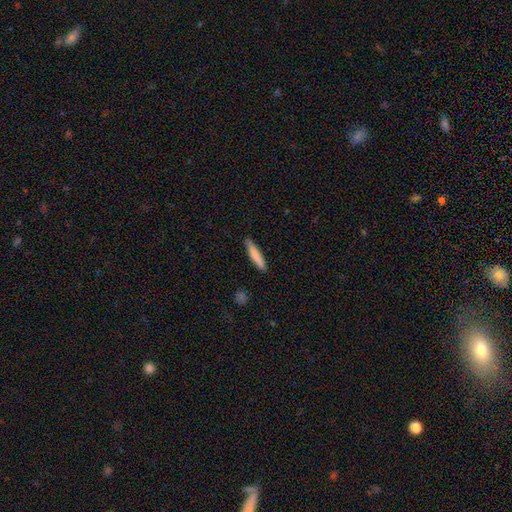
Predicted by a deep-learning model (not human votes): Overall: smooth (80%). How rounded: cigar-shaped (91%). Merging: none (89%).